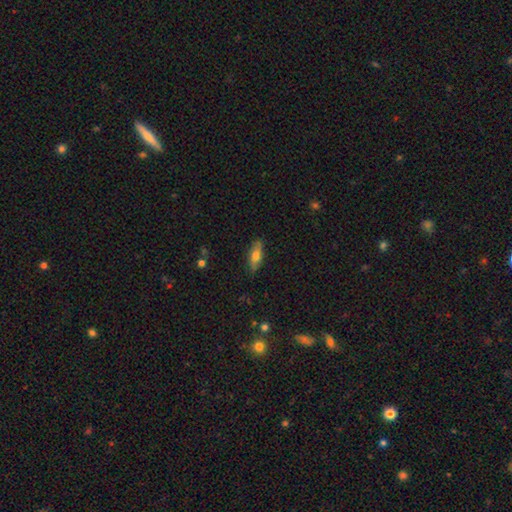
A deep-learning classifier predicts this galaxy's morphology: This is likely a smooth galaxy (65%). How rounded: likely in between (62%). Merging: clearly none (82%).